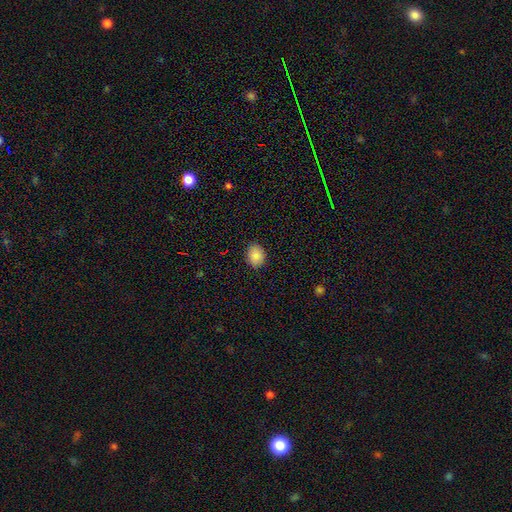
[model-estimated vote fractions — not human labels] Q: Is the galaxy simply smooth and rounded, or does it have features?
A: smooth — 88%.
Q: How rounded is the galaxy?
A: in between — 50%.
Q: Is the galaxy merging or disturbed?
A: none — 88%.